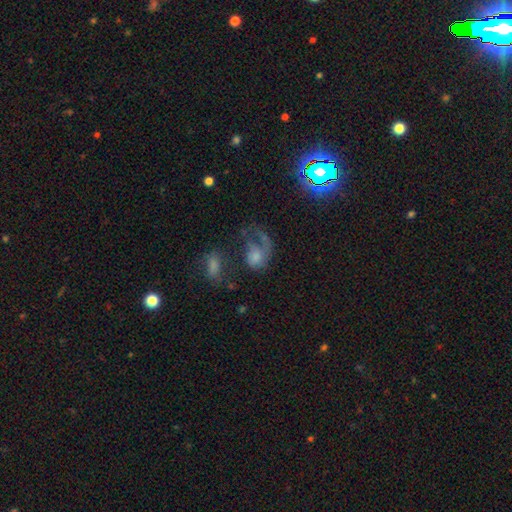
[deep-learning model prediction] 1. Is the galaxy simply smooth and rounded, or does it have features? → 49% featured or disk, 31% smooth, 20% star or artifact.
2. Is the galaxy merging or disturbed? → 46% major disturbance, 28% none, 15% minor disturbance, 11% merger.